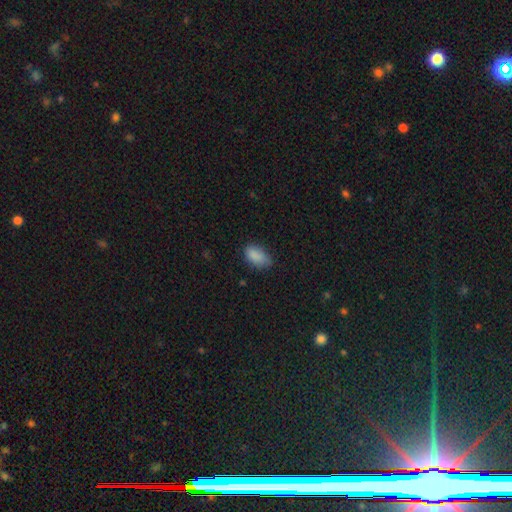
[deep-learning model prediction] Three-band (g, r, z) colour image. It shows a smooth galaxy with no disk features (87%) that is in between round and cigar-shaped (92%). Merging: none (64%).